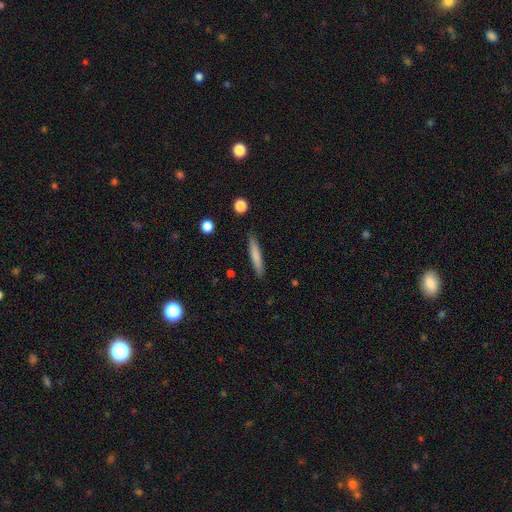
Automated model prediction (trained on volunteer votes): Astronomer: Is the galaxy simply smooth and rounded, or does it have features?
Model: smooth — 75%.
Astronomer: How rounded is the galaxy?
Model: cigar-shaped — 93%.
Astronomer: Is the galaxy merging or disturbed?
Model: none — 89%.